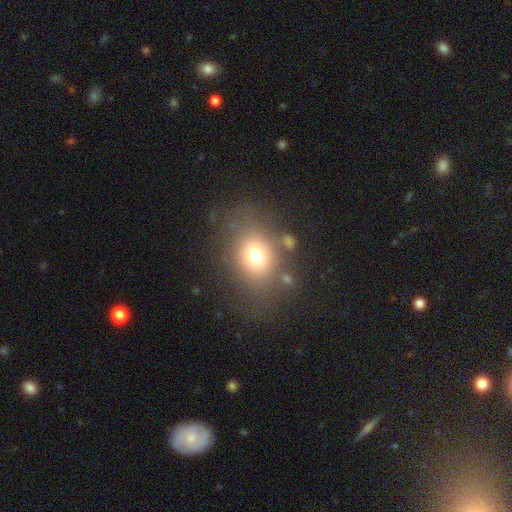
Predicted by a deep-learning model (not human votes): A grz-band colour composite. It shows a smooth galaxy with no disk features (70%) that is round (55%). Merging: none (69%).